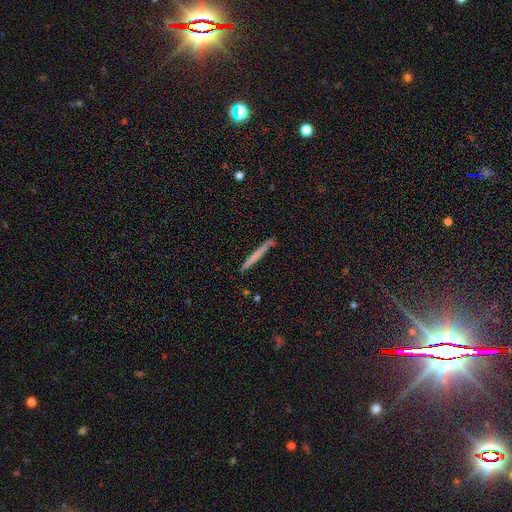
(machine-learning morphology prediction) Overall: smooth (62%; featured or disk 32%). How rounded: cigar-shaped (97%). Merging: none (90%).